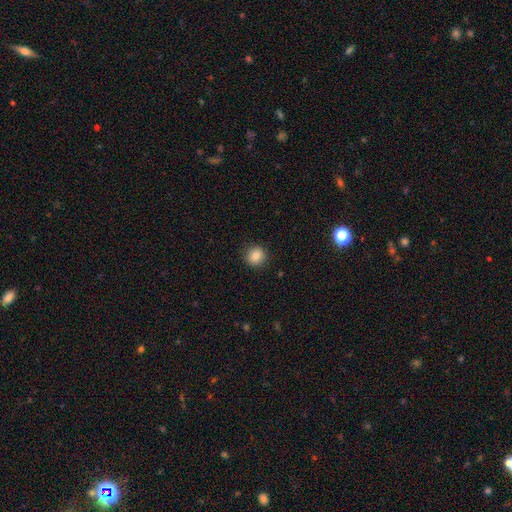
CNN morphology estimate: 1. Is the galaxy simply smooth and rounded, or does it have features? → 84% smooth, 10% star or artifact, 6% featured or disk.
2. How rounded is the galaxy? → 90% round, 9% in between, 1% cigar-shaped.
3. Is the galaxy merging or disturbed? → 90% none, 7% minor disturbance, 2% major disturbance, 1% merger.